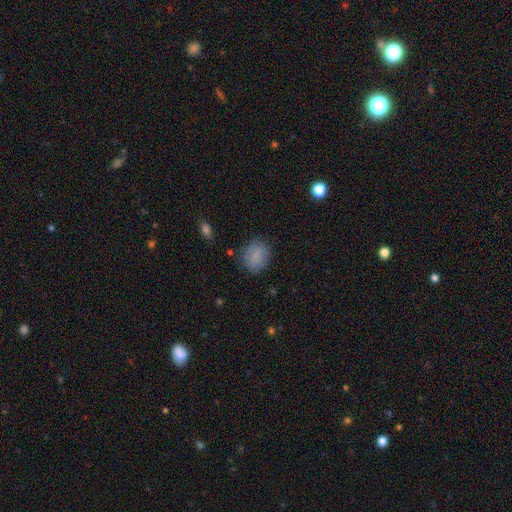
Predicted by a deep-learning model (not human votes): smooth 83%, featured or disk 9%, star or artifact 8%. Down the decision tree: how rounded — round (61%); merging — none (82%).